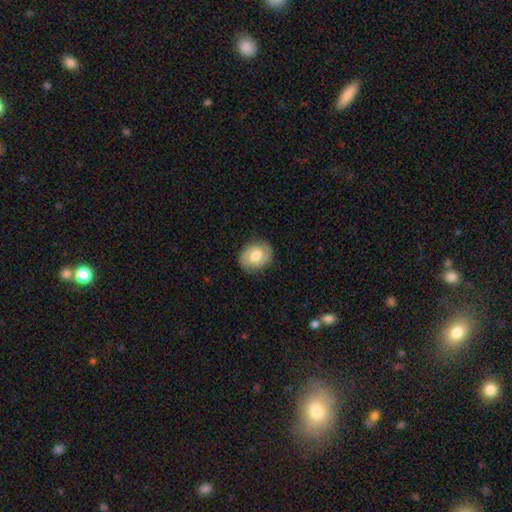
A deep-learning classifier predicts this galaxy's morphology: A featured or disk galaxy (68%) with a weak bar (46%), 2 (89%) tight (46%) spiral arms (88%) and a moderate central bulge (64%). Merging: none (85%).